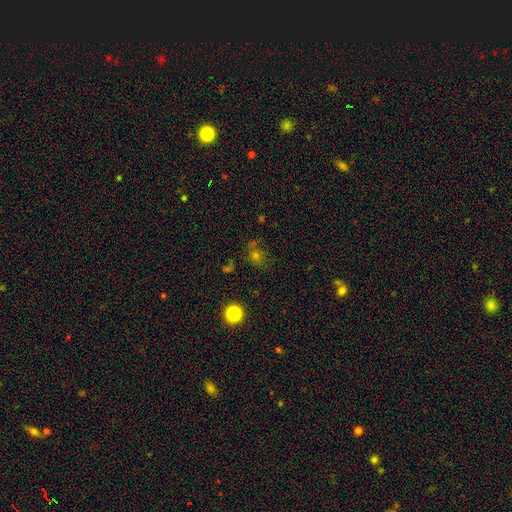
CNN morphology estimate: The model was most divided on "smooth or featured": smooth: 50%, star or artifact: 36%, featured or disk: 13%. More confident: how rounded — round (75%); merging — none (64%).